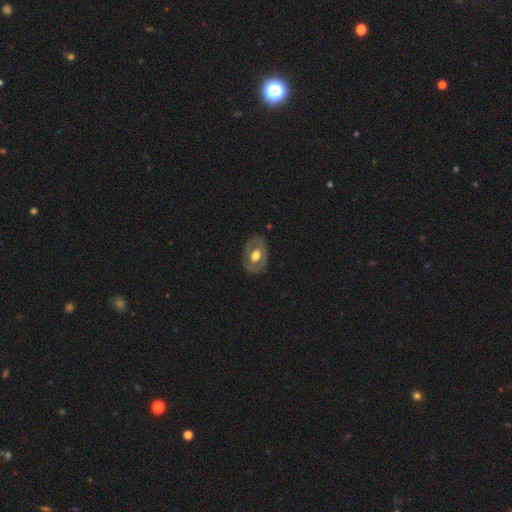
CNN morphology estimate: A featured or disk galaxy (55%) with no bar (80%), no spiral arms (83%) and a moderate central bulge (55%). Merging: none (79%).